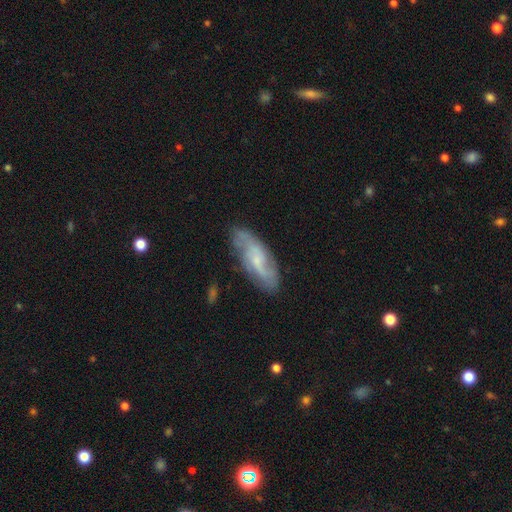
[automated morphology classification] This appears to be a featured or disk galaxy (65%) with no bar (52%), spiral arms (88%) and a small central bulge (59%). Merging: none (79%).